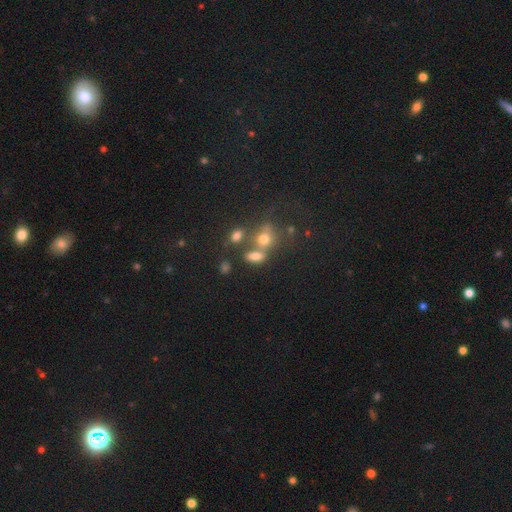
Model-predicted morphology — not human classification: Smooth or featured: smooth — 52% (star or artifact — 27%)
How rounded: round — 57% (in between — 40%)
Merging: merger — 49% (none — 35%)